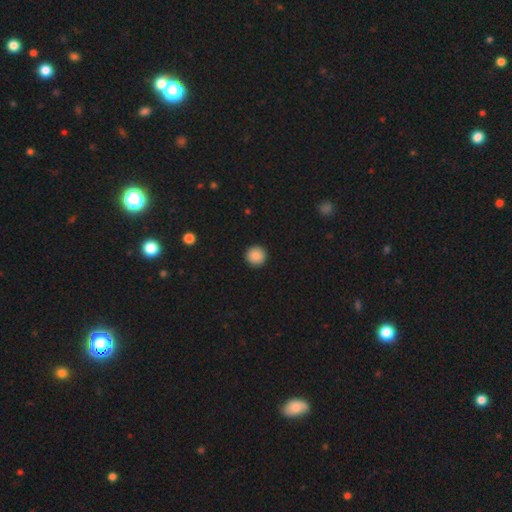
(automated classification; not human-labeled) Overall: smooth (88%). How rounded: round (96%). Merging: none (93%).